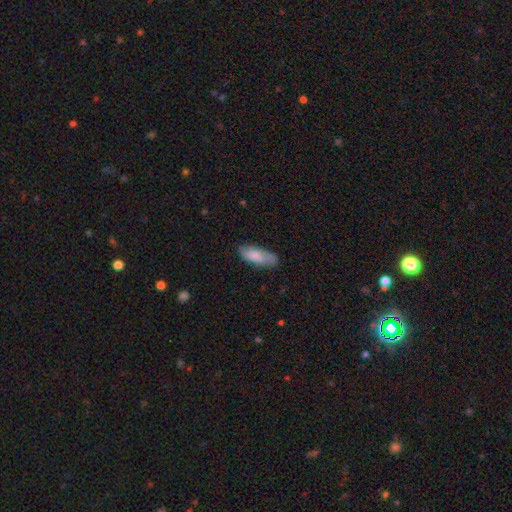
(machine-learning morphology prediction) type=smooth (81%); roundness=in between (70%); merging=none (69%).